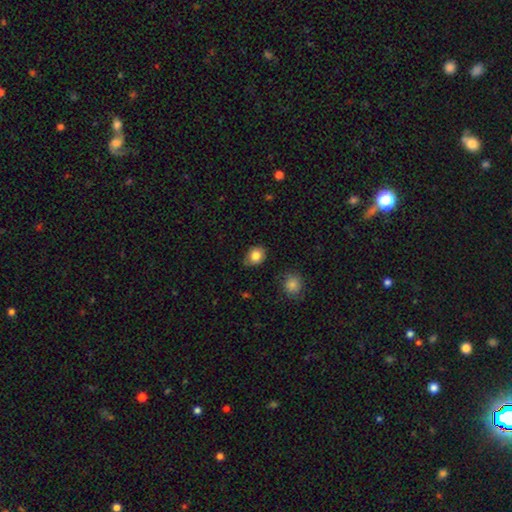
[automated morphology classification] A smooth galaxy with no disk features (83%) that is round (58%).

Vote fractions:
- Smooth or featured? smooth: 83% / star or artifact: 9% / featured or disk: 8%
- How rounded? round: 58% / in between: 41% / cigar-shaped: 1%
- Merging? none: 72% / minor disturbance: 22% / major disturbance: 4% / merger: 2%